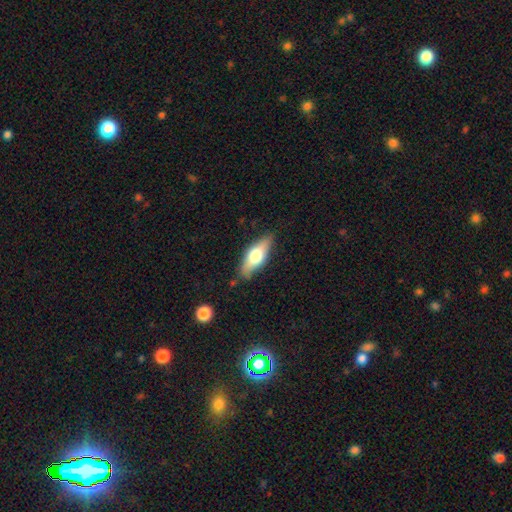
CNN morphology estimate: A smooth galaxy with no disk features (54%) that is in between round and cigar-shaped (66%). Merging: none (82%).